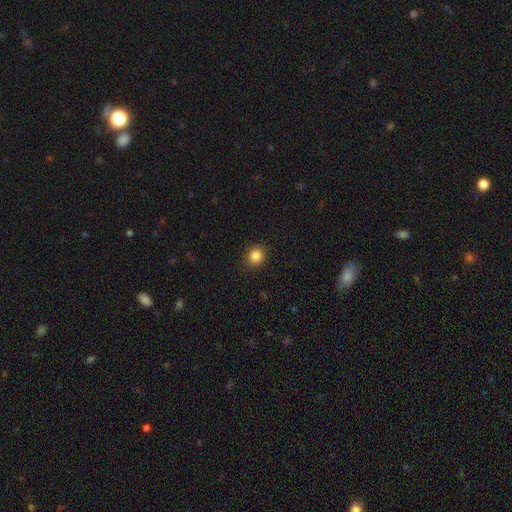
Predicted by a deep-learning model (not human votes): Smooth or featured: smooth — 85% (star or artifact — 11%)
How rounded: round — 85% (in between — 14%)
Merging: none — 90% (minor disturbance — 7%)